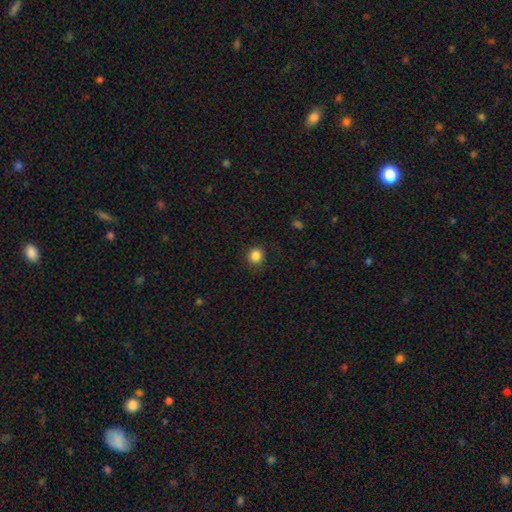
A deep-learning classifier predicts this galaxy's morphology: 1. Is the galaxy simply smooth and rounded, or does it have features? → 85% smooth, 11% star or artifact, 4% featured or disk.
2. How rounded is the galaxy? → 93% round, 6% in between, 1% cigar-shaped.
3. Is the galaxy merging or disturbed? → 90% none, 7% minor disturbance, 2% major disturbance, 1% merger.